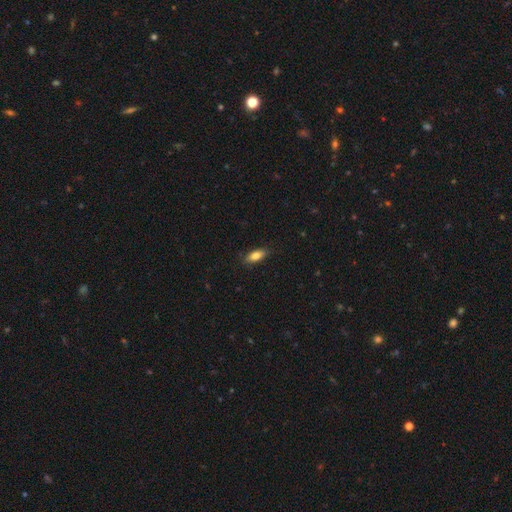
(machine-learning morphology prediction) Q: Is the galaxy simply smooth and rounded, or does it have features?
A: smooth — 80%.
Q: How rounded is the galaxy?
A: in between — 77%.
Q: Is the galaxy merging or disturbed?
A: none — 83%.